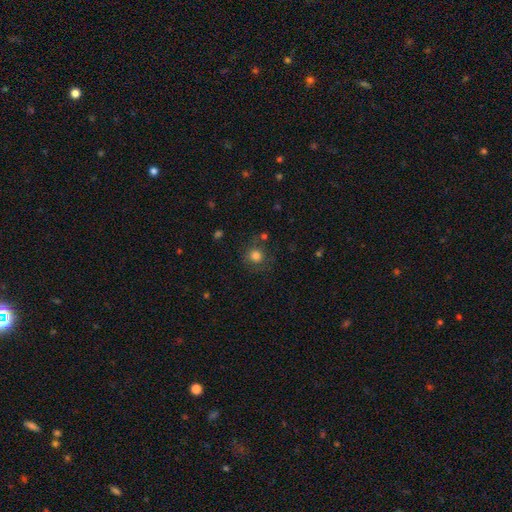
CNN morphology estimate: Smooth or featured: smooth — 80% (star or artifact — 12%)
How rounded: round — 91% (in between — 8%)
Merging: none — 77% (minor disturbance — 13%)